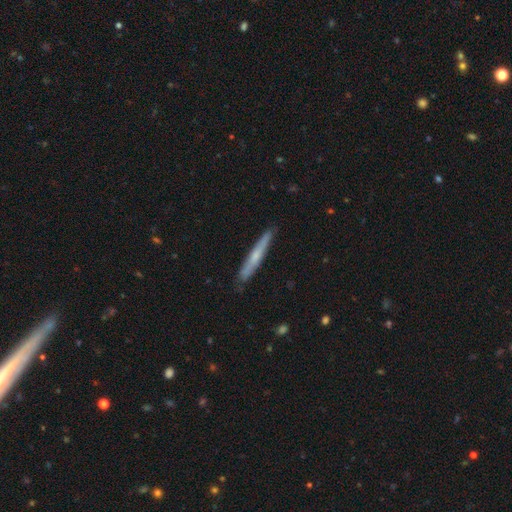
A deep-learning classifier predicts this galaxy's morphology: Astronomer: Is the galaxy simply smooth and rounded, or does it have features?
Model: smooth — 49% (runner-up: featured or disk, 45%).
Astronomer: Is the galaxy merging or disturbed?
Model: none — 87%.